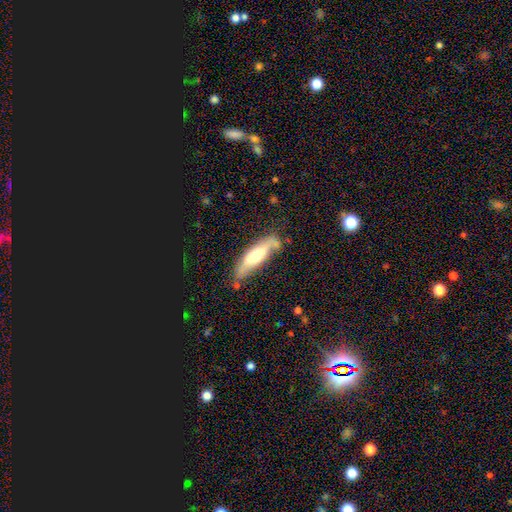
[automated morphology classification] Smooth or featured?
  - smooth: 53% *
  - featured or disk: 42%
  - star or artifact: 5%
How rounded?
  - cigar-shaped: 62% *
  - in between: 36%
  - round: 2%
Merging?
  - none: 63% *
  - minor disturbance: 23%
  - merger: 7%
  - major disturbance: 7%